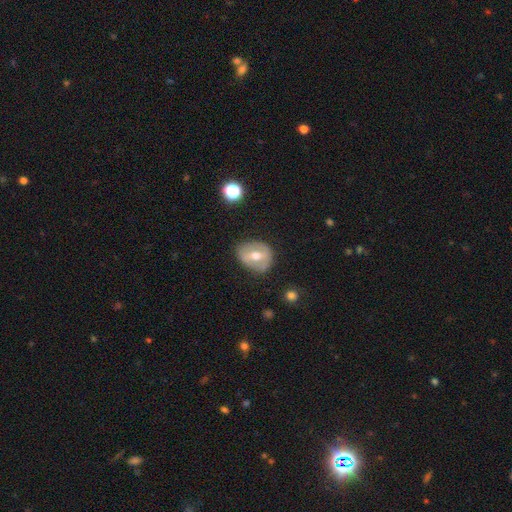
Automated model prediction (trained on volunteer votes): Smooth or featured?
  - featured or disk: 57% *
  - smooth: 35%
  - star or artifact: 7%
Edge-on disk?
  - no: 93% *
  - yes: 7%
Bar?
  - strong: 42% *
  - weak: 38%
  - no: 20%
Spiral arms?
  - no: 67% *
  - yes: 33%
Bulge size?
  - moderate: 75% *
  - small: 18%
  - large: 5%
  - none: 1%
  - dominant: 1%
Merging?
  - none: 73% *
  - minor disturbance: 20%
  - major disturbance: 6%
  - merger: 2%